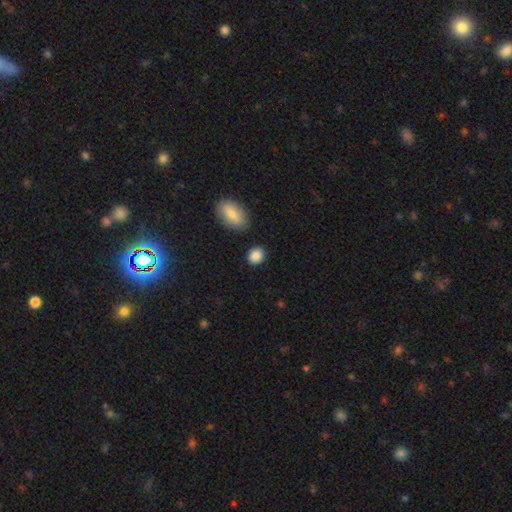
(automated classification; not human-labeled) Smooth or featured?
  - smooth: 88% *
  - star or artifact: 8%
  - featured or disk: 4%
How rounded?
  - round: 57% *
  - in between: 41%
  - cigar-shaped: 2%
Merging?
  - none: 84% *
  - minor disturbance: 11%
  - merger: 3%
  - major disturbance: 3%